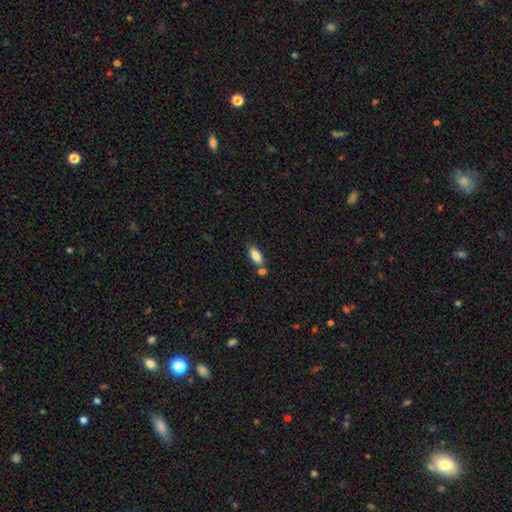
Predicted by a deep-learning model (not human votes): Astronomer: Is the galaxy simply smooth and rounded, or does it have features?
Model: smooth — 83%.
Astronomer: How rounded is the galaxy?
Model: in between — 85%.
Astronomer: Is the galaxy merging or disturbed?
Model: none — 57%.